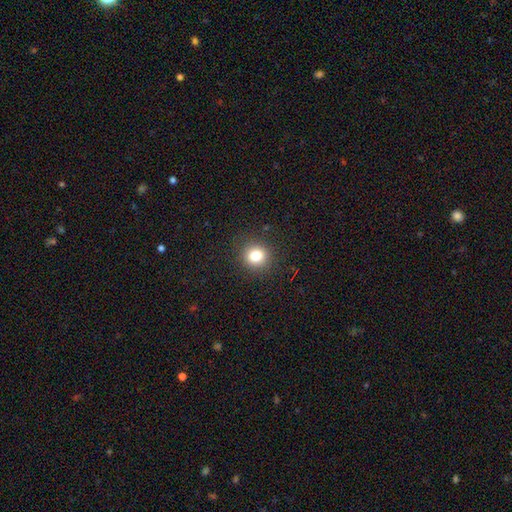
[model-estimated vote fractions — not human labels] Overall: smooth (81%). How rounded: round (88%). Merging: none (90%).